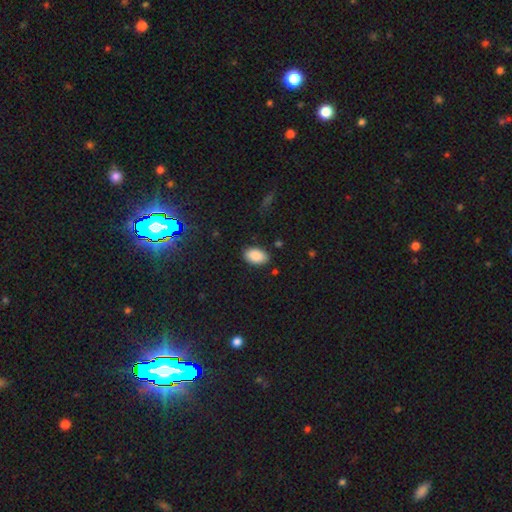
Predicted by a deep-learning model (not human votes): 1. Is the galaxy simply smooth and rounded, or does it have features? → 88% smooth, 8% star or artifact, 4% featured or disk.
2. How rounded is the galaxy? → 93% in between, 6% round, 1% cigar-shaped.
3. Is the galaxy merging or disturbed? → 86% none, 10% minor disturbance, 2% major disturbance, 2% merger.